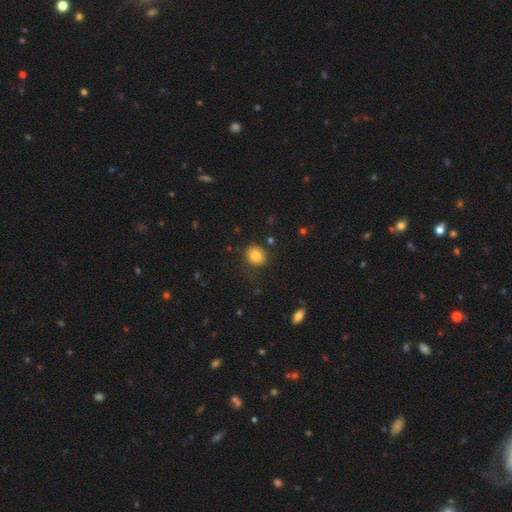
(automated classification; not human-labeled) smooth-or-featured: smooth: 80% | star or artifact: 11% | featured or disk: 9%
  how-rounded: round: 80% | in between: 19% | cigar-shaped: 1%
  merging: none: 83% | minor disturbance: 12% | major disturbance: 3% | merger: 2%